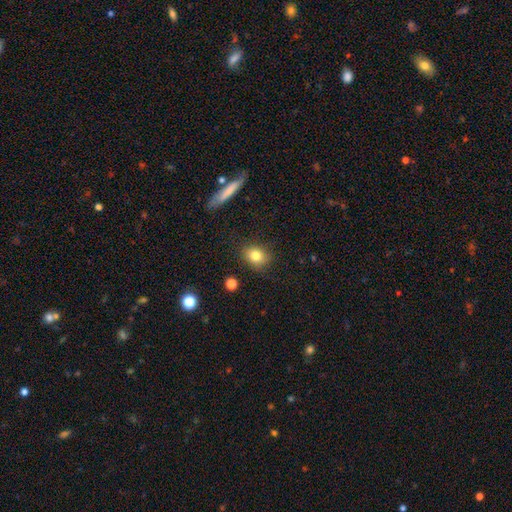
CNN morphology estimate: Smooth or featured: smooth — 81% (star or artifact — 10%)
How rounded: round — 54% (in between — 44%)
Merging: none — 84% (minor disturbance — 11%)